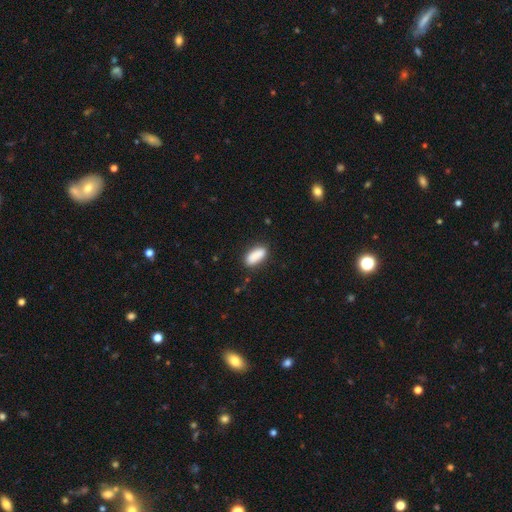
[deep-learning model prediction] Smooth or featured? smooth (89%)
How rounded? in between (83%)
Merging? none (82%)